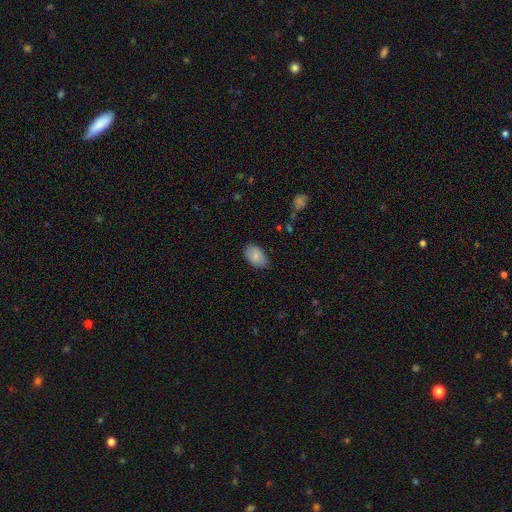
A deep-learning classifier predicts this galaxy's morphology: Overall: smooth (83%). How rounded: in between (91%). Merging: none (78%).